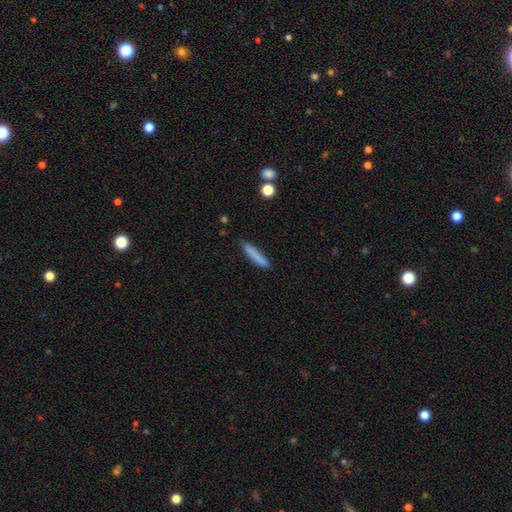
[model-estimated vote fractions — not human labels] Overall: smooth (82%). How rounded: cigar-shaped (91%). Merging: none (86%).